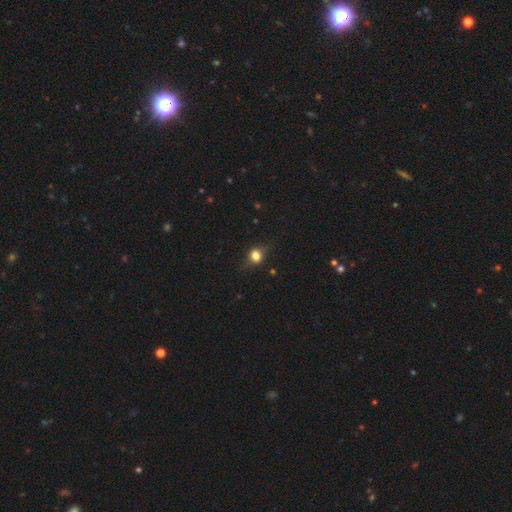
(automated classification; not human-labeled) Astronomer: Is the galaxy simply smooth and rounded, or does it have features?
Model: smooth — 73%.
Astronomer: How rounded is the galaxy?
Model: round — 68%.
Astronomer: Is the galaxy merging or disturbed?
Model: none — 76%.